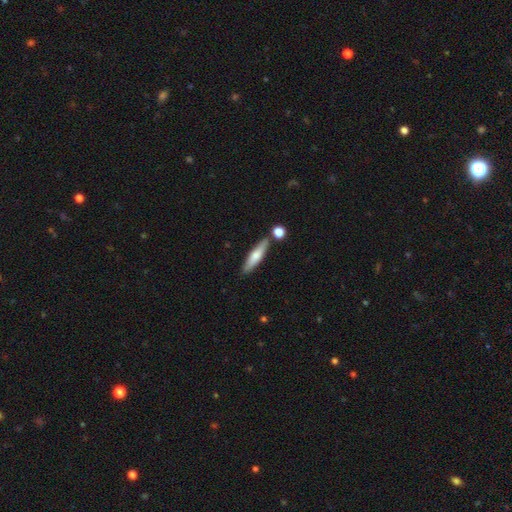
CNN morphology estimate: smooth_or_featured: smooth (p=0.63) [alt: featured or disk p=0.31]
how_rounded: cigar-shaped (p=0.80) [alt: in between p=0.19]
merging: none (p=0.79) [alt: minor disturbance p=0.11]